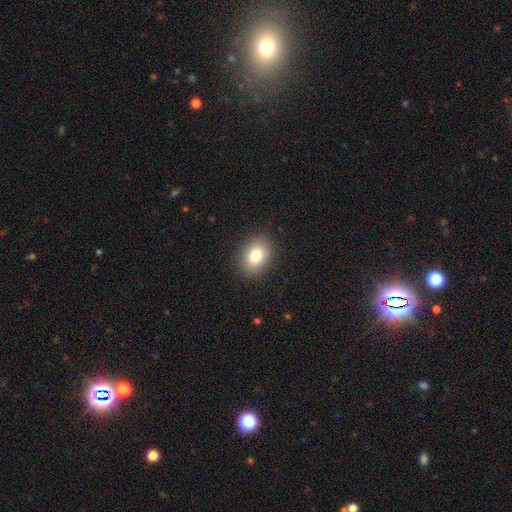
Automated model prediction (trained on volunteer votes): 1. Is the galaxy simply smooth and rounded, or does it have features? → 81% smooth, 9% star or artifact, 9% featured or disk.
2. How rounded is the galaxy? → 63% in between, 36% round, 1% cigar-shaped.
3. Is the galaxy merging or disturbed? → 88% none, 8% minor disturbance, 3% major disturbance, 1% merger.